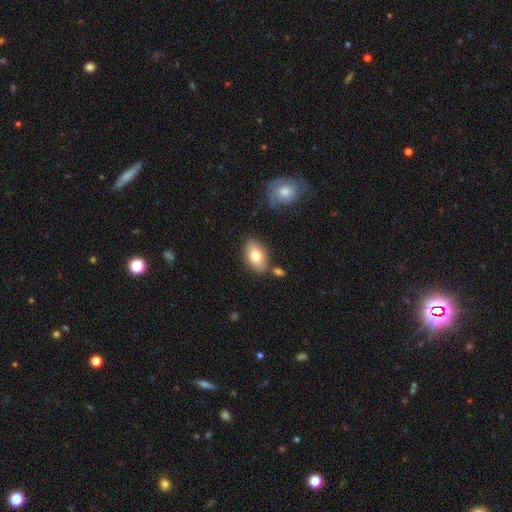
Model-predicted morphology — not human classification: type=smooth (79%); roundness=in between (91%); merging=none (78%).